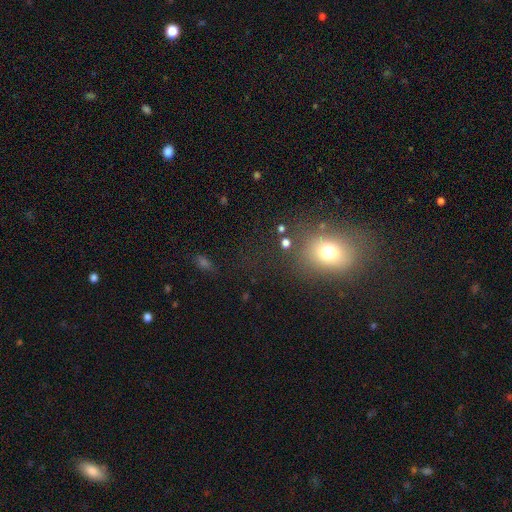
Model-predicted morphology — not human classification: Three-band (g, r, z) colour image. It shows a smooth galaxy with no disk features (60%) that is round (51%). Merging: none (72%).